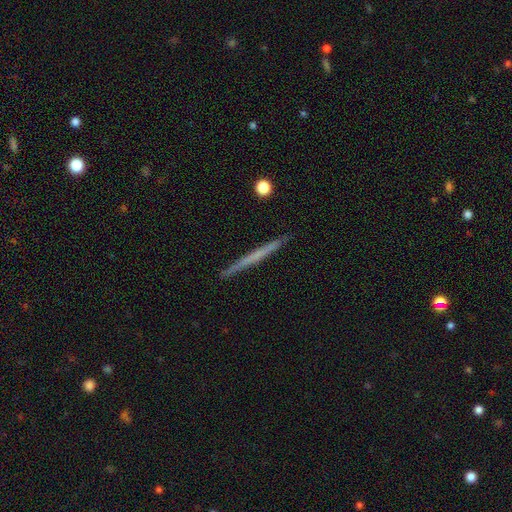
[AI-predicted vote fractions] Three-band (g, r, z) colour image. It shows a featured or disk galaxy (51%) viewed edge-on (98%) with no central bulge (90%). Merging: none (92%).